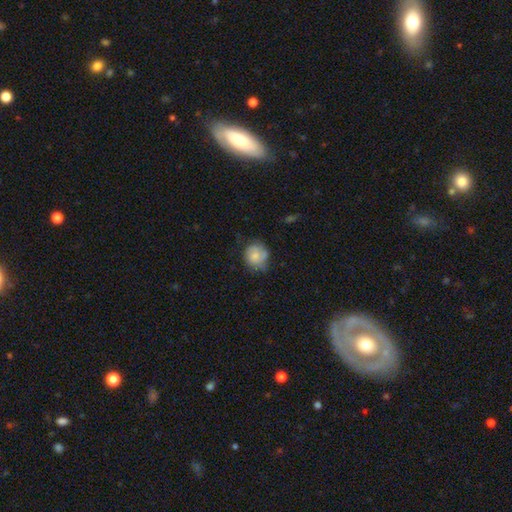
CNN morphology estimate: smooth 67%, featured or disk 25%, star or artifact 8%. Down the decision tree: how rounded — round (79%); merging — none (57%).